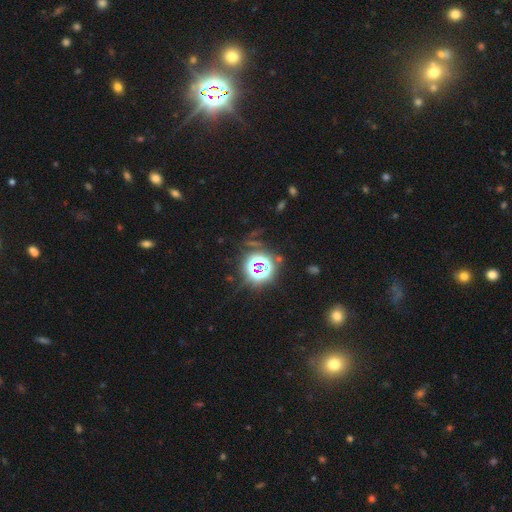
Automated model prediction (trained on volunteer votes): A star or artifact, not a galaxy (77%).